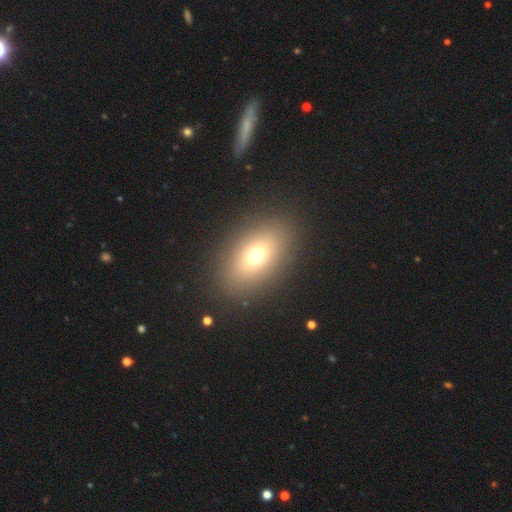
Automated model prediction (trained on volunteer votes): Smooth or featured? smooth (68%)
How rounded? in between (79%)
Merging? none (87%)